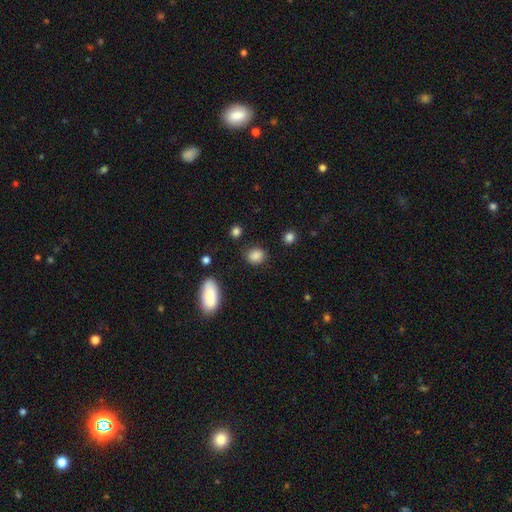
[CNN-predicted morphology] smooth-or-featured: smooth: 86% | star or artifact: 9% | featured or disk: 4%
  how-rounded: round: 64% | in between: 35% | cigar-shaped: 2%
  merging: none: 82% | minor disturbance: 12% | major disturbance: 3% | merger: 2%